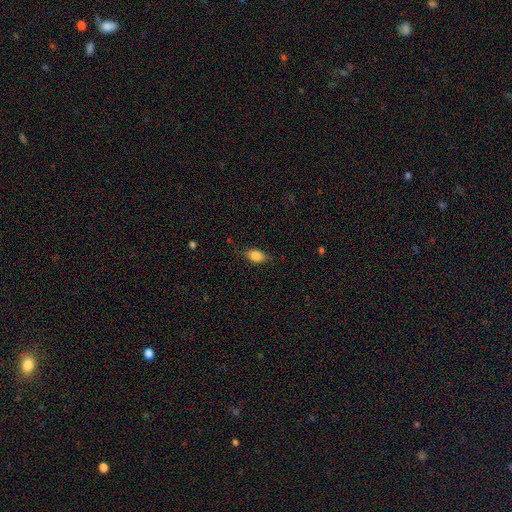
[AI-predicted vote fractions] Smooth or featured: smooth — 81% (featured or disk — 11%)
How rounded: in between — 85% (round — 9%)
Merging: none — 76% (minor disturbance — 19%)